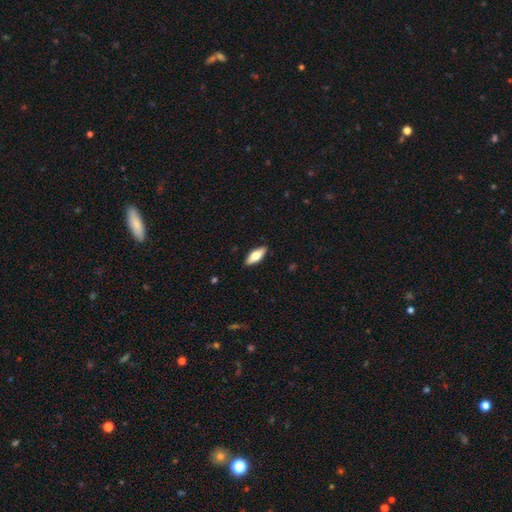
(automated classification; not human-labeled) Overall: smooth (64%; featured or disk 30%). How rounded: in between (71%). Merging: none (89%).